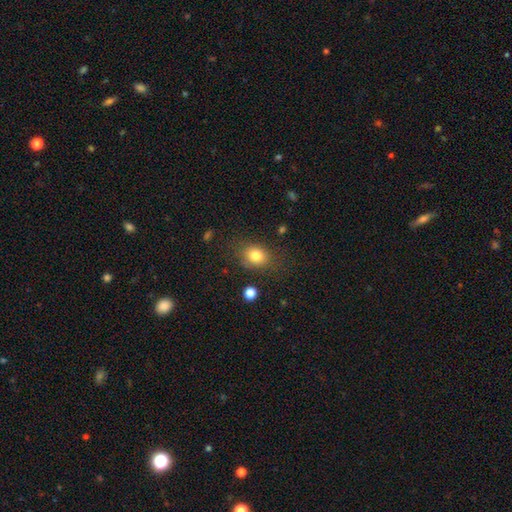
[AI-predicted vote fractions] A smooth galaxy with no disk features (81%) that is round (50%).

Vote fractions:
- Smooth or featured? smooth: 81% / star or artifact: 11% / featured or disk: 9%
- How rounded? round: 50% / in between: 49% / cigar-shaped: 1%
- Merging? none: 76% / minor disturbance: 15% / major disturbance: 6% / merger: 3%